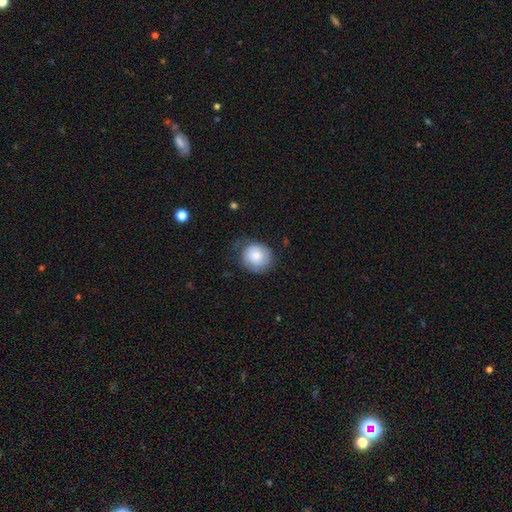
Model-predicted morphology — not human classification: Smooth or featured? smooth (63%)
How rounded? round (79%)
Merging? none (60%)